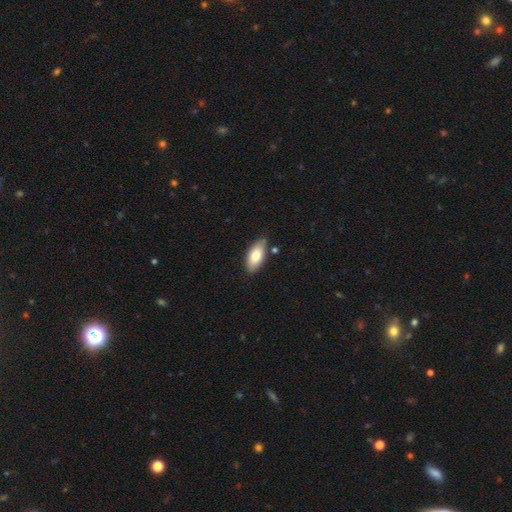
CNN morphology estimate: type=smooth (78%); roundness=in between (88%); merging=none (80%).